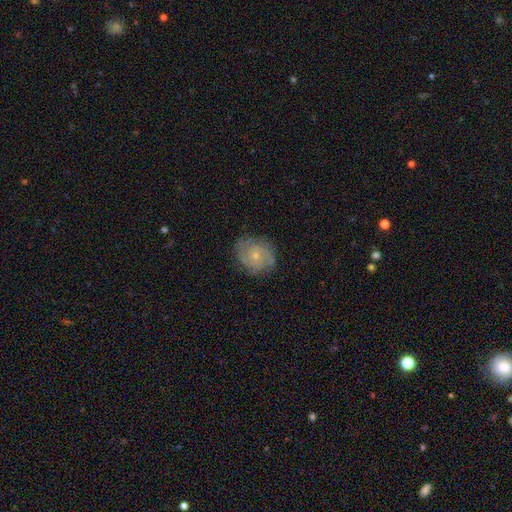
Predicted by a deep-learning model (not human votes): A featured or disk galaxy (67%) with no bar (81%), 2 (31%) tight (58%) spiral arms (89%) and a small central bulge (70%). Merging: none (77%).